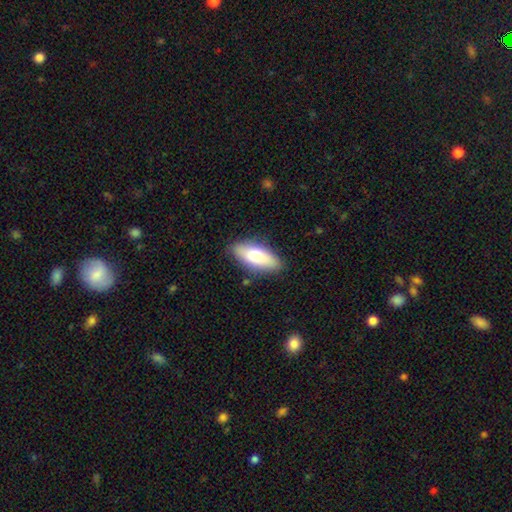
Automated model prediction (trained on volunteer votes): A smooth galaxy with no disk features (72%) that is in between round and cigar-shaped (75%).

Vote fractions:
- Smooth or featured? smooth: 72% / featured or disk: 22% / star or artifact: 6%
- How rounded? in between: 75% / cigar-shaped: 22% / round: 3%
- Merging? none: 84% / minor disturbance: 12% / major disturbance: 3% / merger: 1%